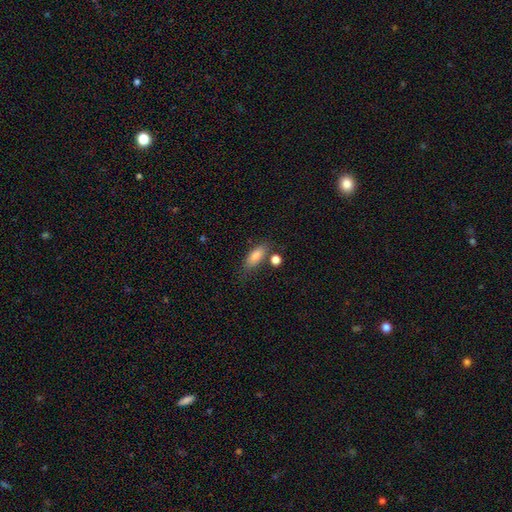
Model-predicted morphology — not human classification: Overall: smooth (82%). How rounded: in between (77%). Merging: none (67%).